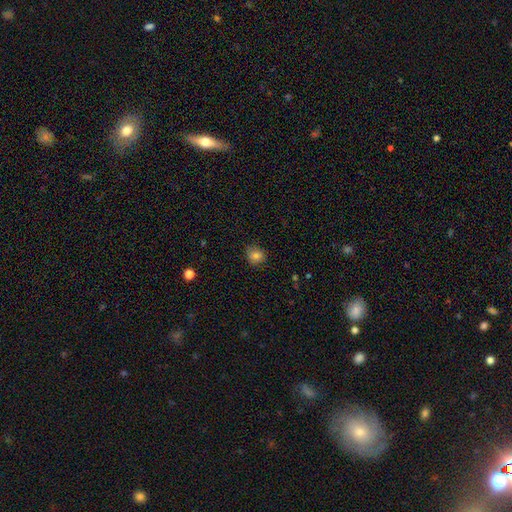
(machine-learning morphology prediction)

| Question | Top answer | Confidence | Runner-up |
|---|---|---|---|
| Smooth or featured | smooth | 81% | star or artifact (11%) |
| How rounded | round | 78% | in between (21%) |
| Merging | none | 83% | minor disturbance (13%) |